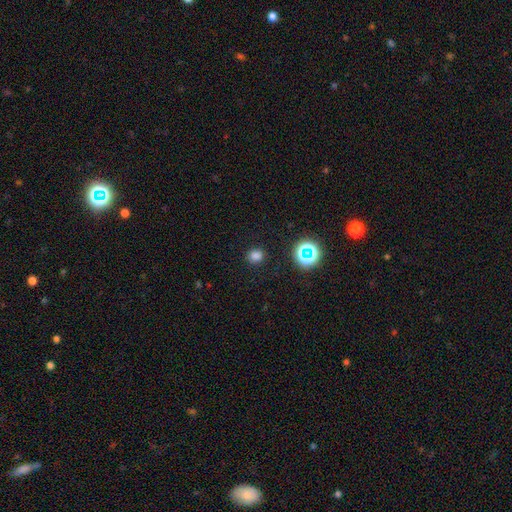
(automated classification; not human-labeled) This is likely a smooth galaxy (76%). How rounded: clearly round (82%). Merging: clearly none (89%).